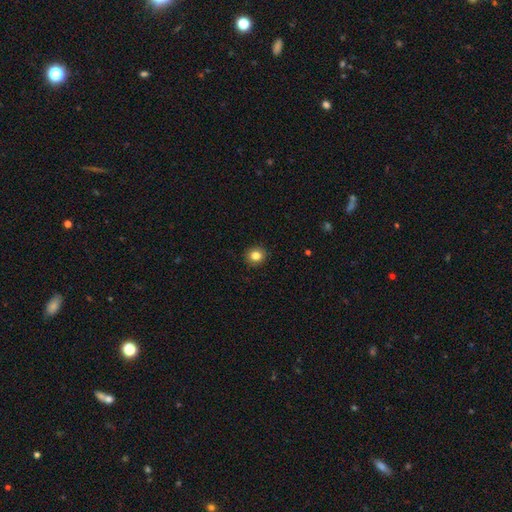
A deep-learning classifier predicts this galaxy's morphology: smooth 84%, star or artifact 11%, featured or disk 6%. Down the decision tree: how rounded — round (84%); merging — none (91%).